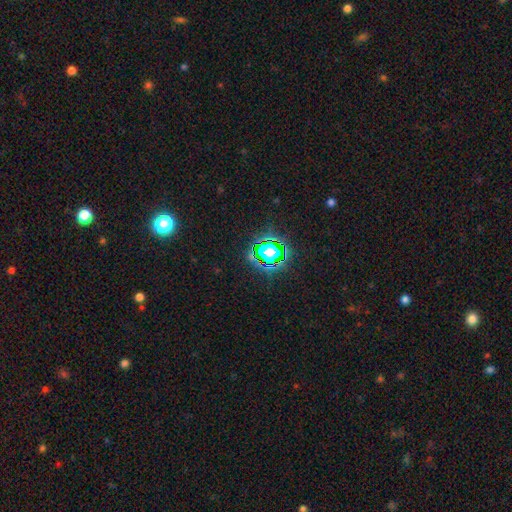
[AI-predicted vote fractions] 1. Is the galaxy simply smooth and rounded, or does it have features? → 73% star or artifact, 18% smooth, 9% featured or disk.